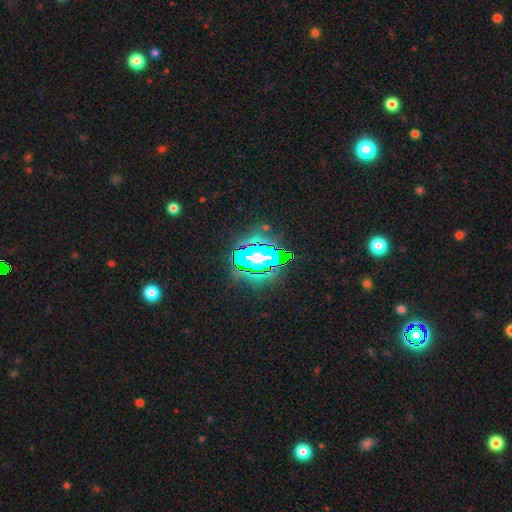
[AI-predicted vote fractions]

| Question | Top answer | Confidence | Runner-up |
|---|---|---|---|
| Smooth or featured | star or artifact | 64% | featured or disk (19%) |